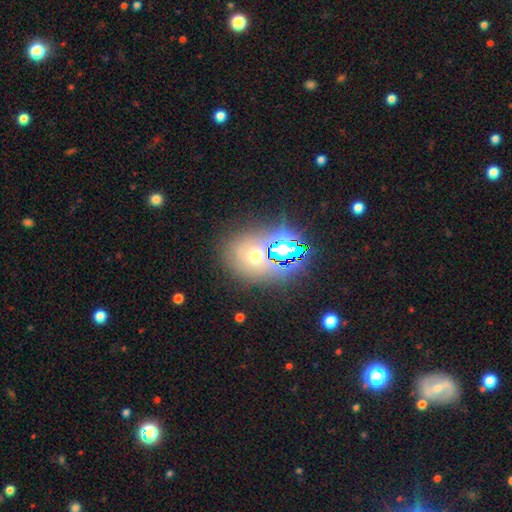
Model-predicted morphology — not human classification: smooth-or-featured: smooth: 45% | star or artifact: 37% | featured or disk: 17%
  merging: none: 65% | merger: 15% | minor disturbance: 13% | major disturbance: 7%